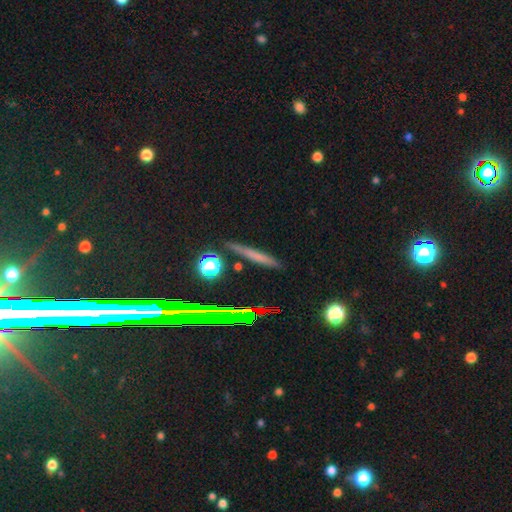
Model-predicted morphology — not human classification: The model was most divided on "smooth or featured": smooth: 52%, featured or disk: 30%, star or artifact: 18%. More confident: how rounded — cigar-shaped (91%); merging — none (85%).